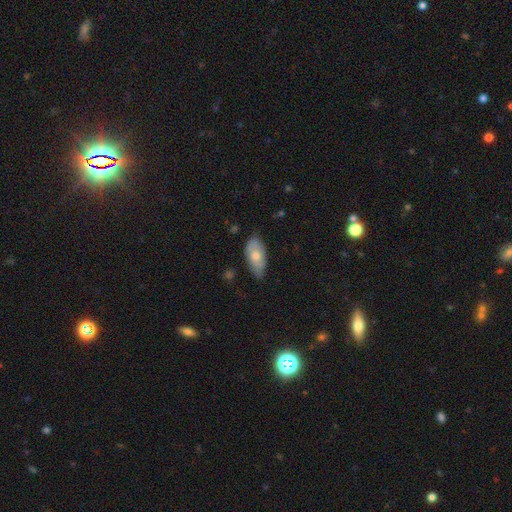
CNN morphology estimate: Smooth or featured? smooth (59%)
How rounded? in between (89%)
Merging? none (72%)